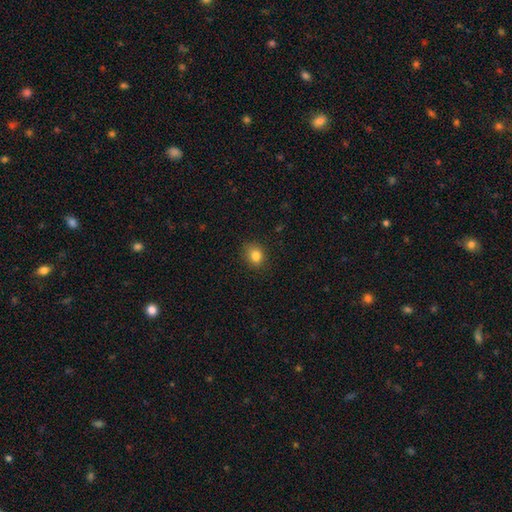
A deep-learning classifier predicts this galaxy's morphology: Overall: smooth (83%). How rounded: round (57%; in between 42%). Merging: none (84%).